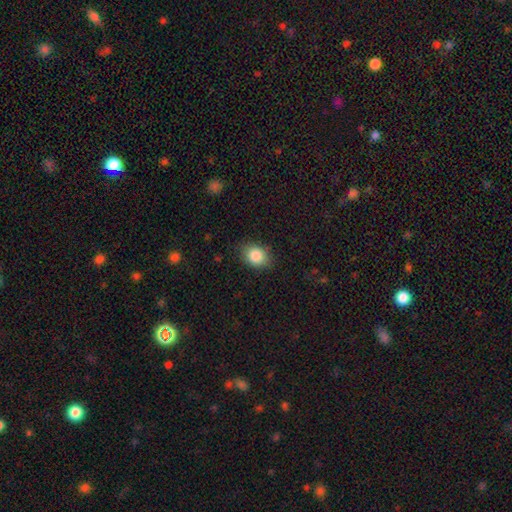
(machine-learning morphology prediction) Smooth or featured? Predicted: smooth (p=0.86). How rounded? Predicted: in between (p=0.61). Merging? Predicted: none (p=0.81).